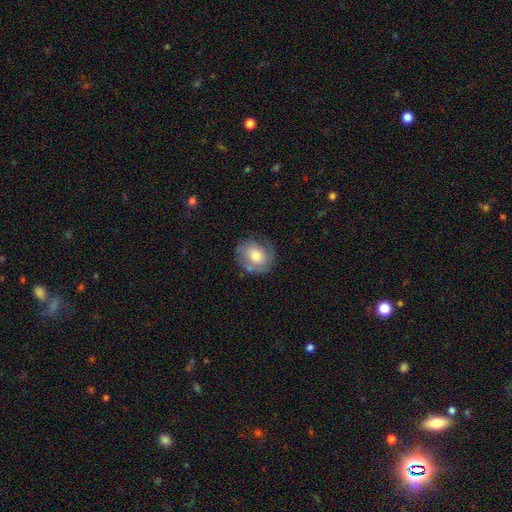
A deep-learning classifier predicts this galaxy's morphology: Smooth or featured? Predicted: smooth (p=0.51). How rounded? Predicted: round (p=0.69). Merging? Predicted: none (p=0.67).